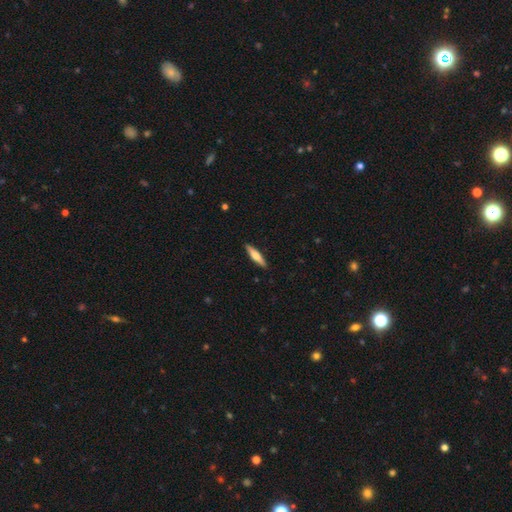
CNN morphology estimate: Q: Smooth or featured?
A: smooth (56%); runner-up: featured or disk (38%)
Q: How rounded?
A: cigar-shaped (79%); runner-up: in between (19%)
Q: Merging?
A: none (91%); runner-up: minor disturbance (7%)